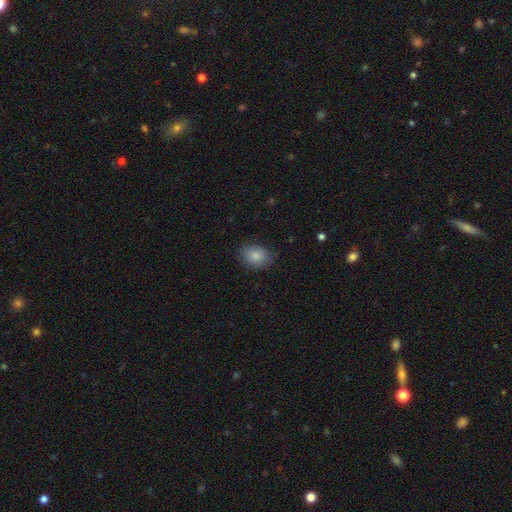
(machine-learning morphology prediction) Smooth or featured?
  - smooth: 86% *
  - star or artifact: 8%
  - featured or disk: 6%
How rounded?
  - in between: 58% *
  - round: 41%
  - cigar-shaped: 1%
Merging?
  - none: 82% *
  - minor disturbance: 14%
  - major disturbance: 4%
  - merger: 1%